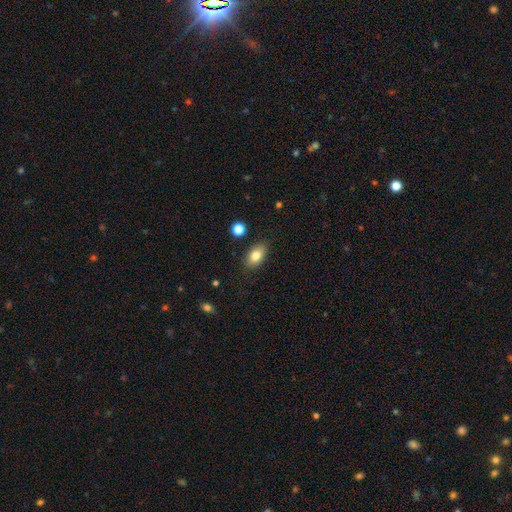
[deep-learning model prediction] Smooth or featured: smooth — 80% (featured or disk — 12%)
How rounded: in between — 90% (round — 7%)
Merging: none — 85% (minor disturbance — 11%)